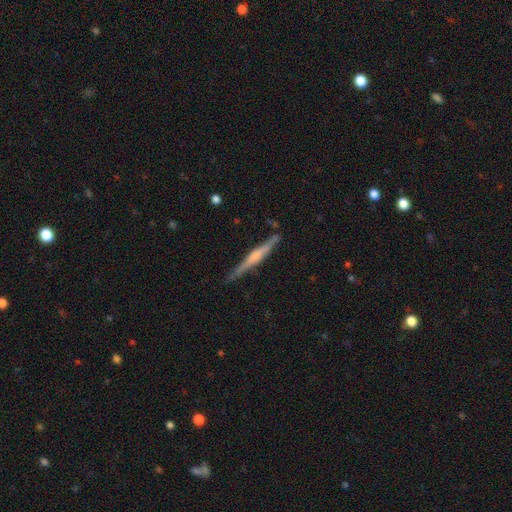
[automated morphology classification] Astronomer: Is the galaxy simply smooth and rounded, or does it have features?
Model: featured or disk — 66%.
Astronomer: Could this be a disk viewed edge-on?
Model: yes — 97%.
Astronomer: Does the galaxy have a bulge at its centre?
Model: rounded — 52%.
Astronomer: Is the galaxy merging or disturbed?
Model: none — 85%.